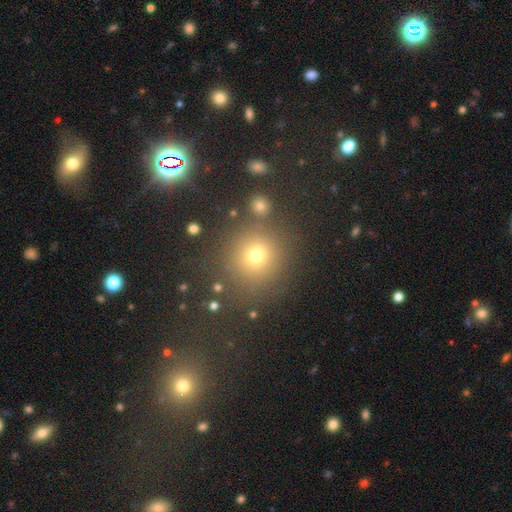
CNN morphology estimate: Q: Smooth or featured?
A: smooth (68%); runner-up: star or artifact (23%)
Q: How rounded?
A: round (90%); runner-up: in between (9%)
Q: Merging?
A: none (79%); runner-up: minor disturbance (9%)